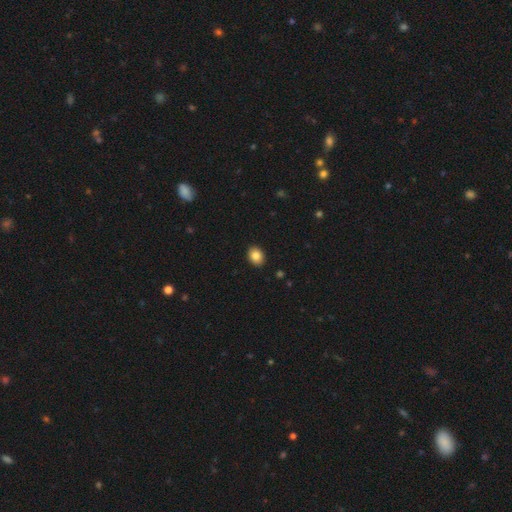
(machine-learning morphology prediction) smooth_or_featured: smooth (p=0.85) [alt: star or artifact p=0.09]
how_rounded: in between (p=0.62) [alt: round p=0.37]
merging: none (p=0.91) [alt: minor disturbance p=0.07]